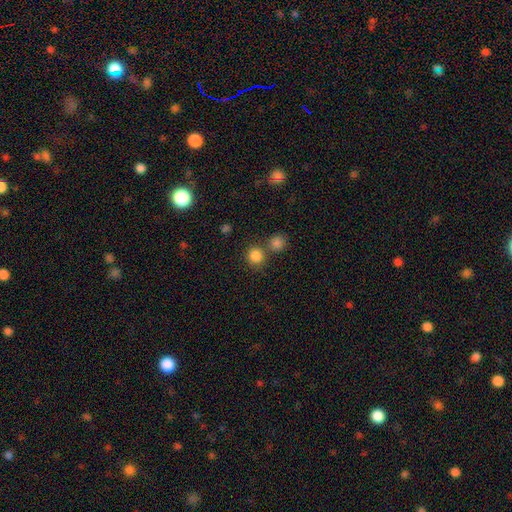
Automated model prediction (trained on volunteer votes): Smooth or featured?
  - smooth: 83% *
  - star or artifact: 12%
  - featured or disk: 4%
How rounded?
  - round: 89% *
  - in between: 11%
  - cigar-shaped: 1%
Merging?
  - none: 66% *
  - merger: 23%
  - minor disturbance: 8%
  - major disturbance: 3%